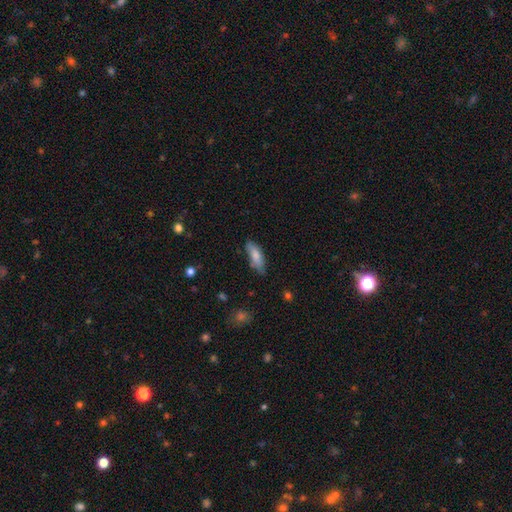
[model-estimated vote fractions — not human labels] A smooth galaxy with no disk features (79%) that is in between round and cigar-shaped (61%). Merging: none (66%).